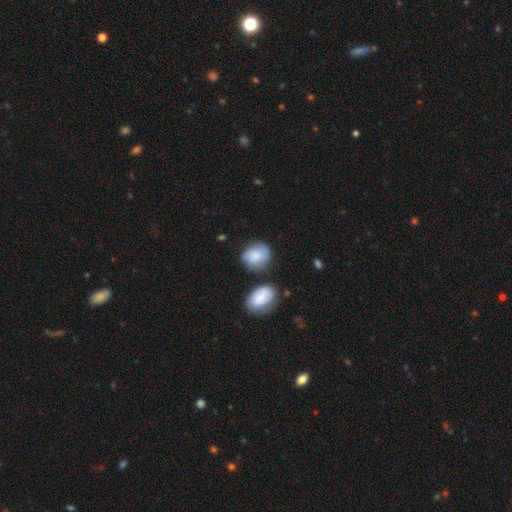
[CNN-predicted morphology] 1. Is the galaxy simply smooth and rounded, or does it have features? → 76% smooth, 17% featured or disk, 7% star or artifact.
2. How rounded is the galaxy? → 64% round, 35% in between, 1% cigar-shaped.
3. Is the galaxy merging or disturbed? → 61% none, 23% minor disturbance, 9% merger, 7% major disturbance.